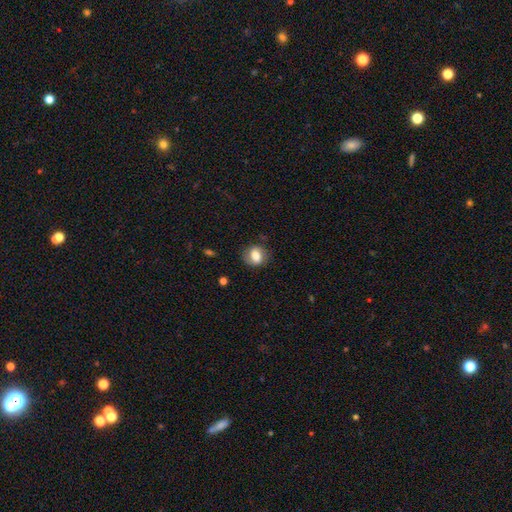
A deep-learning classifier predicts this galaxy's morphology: Q: Smooth or featured?
A: smooth (73%); runner-up: featured or disk (19%)
Q: How rounded?
A: round (51%); runner-up: in between (47%)
Q: Merging?
A: none (76%); runner-up: minor disturbance (17%)